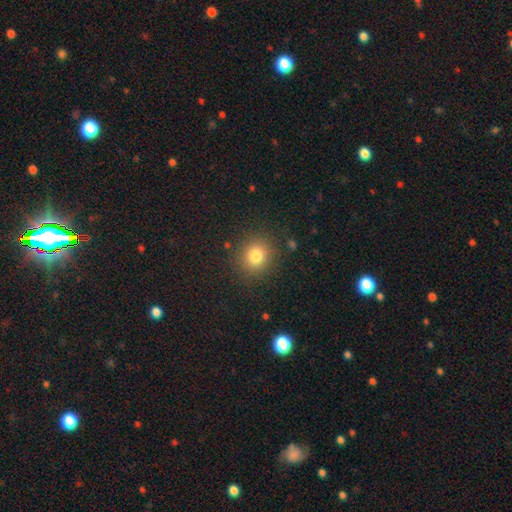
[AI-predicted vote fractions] A smooth galaxy with no disk features (79%) that is round (84%). Merging: none (87%).